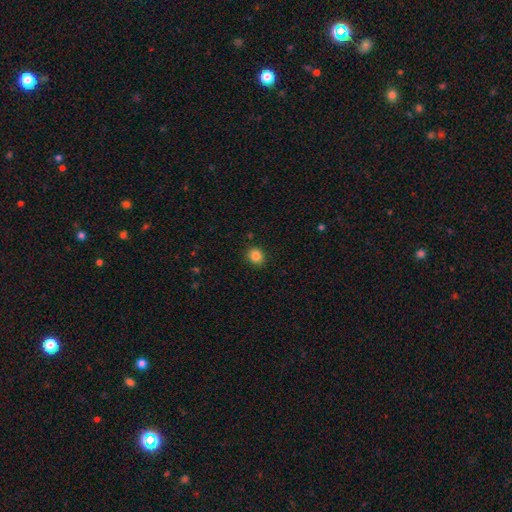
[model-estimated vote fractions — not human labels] Q: Smooth or featured?
A: smooth (85%); runner-up: star or artifact (11%)
Q: How rounded?
A: round (71%); runner-up: in between (29%)
Q: Merging?
A: none (89%); runner-up: minor disturbance (8%)